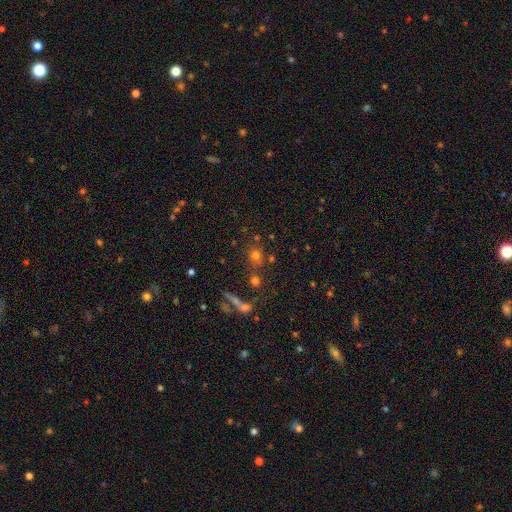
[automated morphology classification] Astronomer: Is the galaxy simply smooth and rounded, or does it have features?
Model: smooth — 66%.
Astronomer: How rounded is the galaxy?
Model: round — 82%.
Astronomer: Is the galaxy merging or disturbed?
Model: none — 67%.